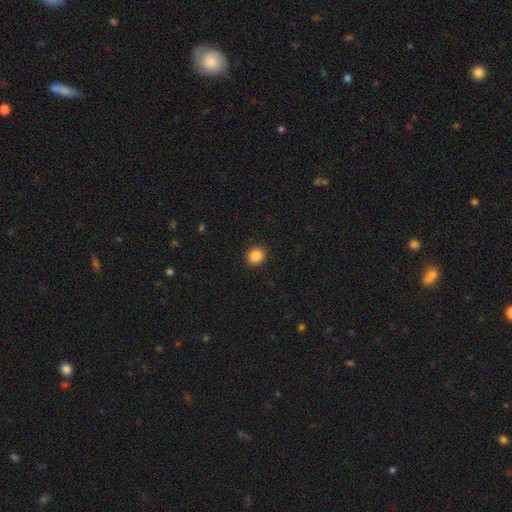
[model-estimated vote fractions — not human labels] Smooth or featured: smooth — 87% (star or artifact — 10%)
How rounded: round — 81% (in between — 18%)
Merging: none — 92% (minor disturbance — 6%)